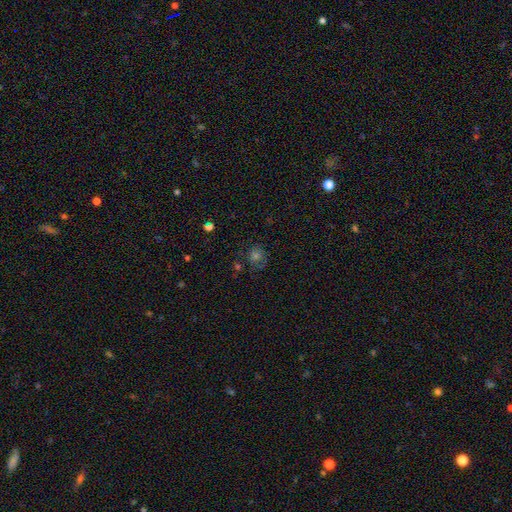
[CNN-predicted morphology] smooth-or-featured: smooth: 50% | star or artifact: 29% | featured or disk: 21%
  how-rounded: round: 81% | in between: 18% | cigar-shaped: 1%
  merging: none: 67% | minor disturbance: 18% | major disturbance: 10% | merger: 4%